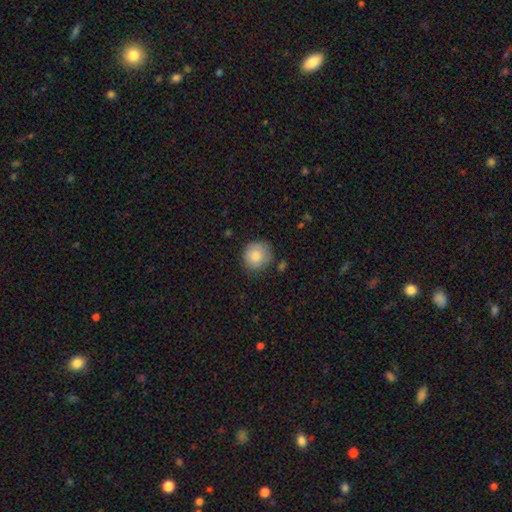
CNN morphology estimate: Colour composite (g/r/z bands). It shows a smooth galaxy with no disk features (84%) that is round (89%). Merging: none (79%).